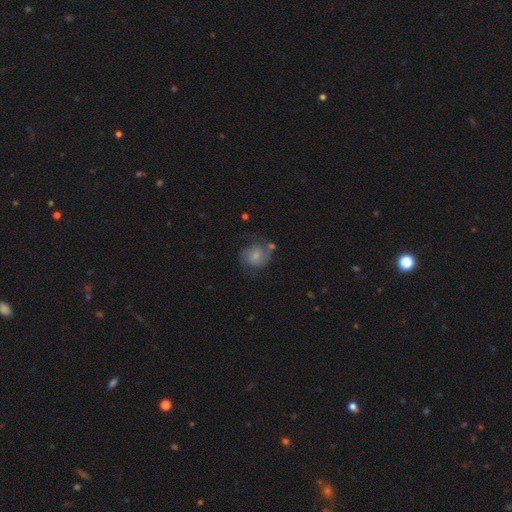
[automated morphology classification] Smooth or featured? Predicted: smooth (p=0.58). How rounded? Predicted: round (p=0.69). Merging? Predicted: none (p=0.54).